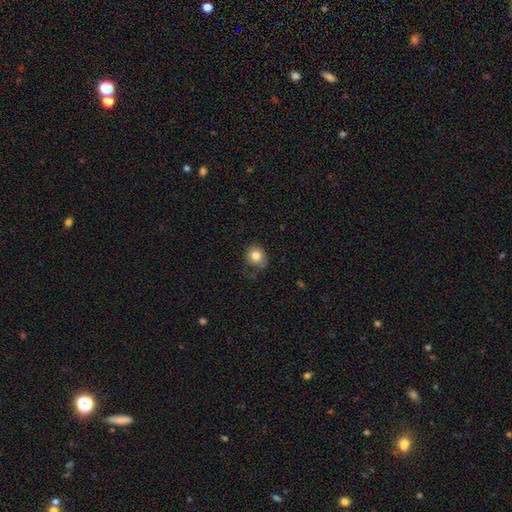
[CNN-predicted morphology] Q: Smooth or featured?
A: smooth (80%); runner-up: featured or disk (11%)
Q: How rounded?
A: round (75%); runner-up: in between (24%)
Q: Merging?
A: none (61%); runner-up: minor disturbance (26%)